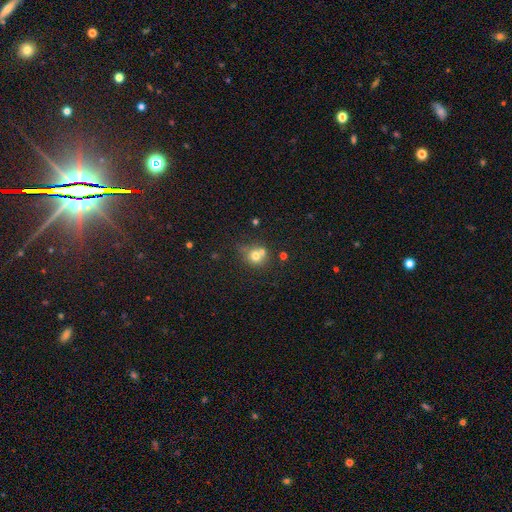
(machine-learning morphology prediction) smooth 69%, featured or disk 16%, star or artifact 15%. Down the decision tree: how rounded — round (81%); merging — none (46%).